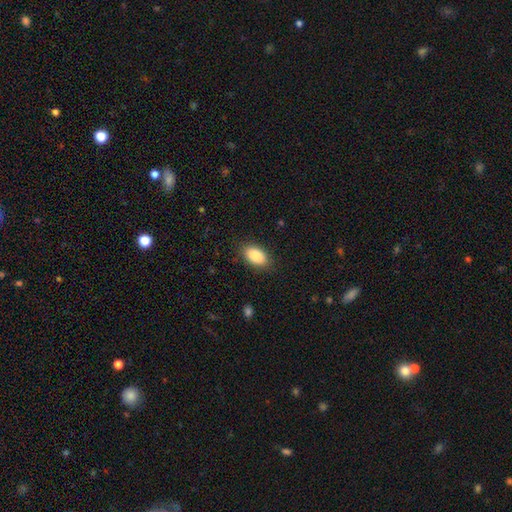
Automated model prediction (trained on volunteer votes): Smooth or featured?
  - smooth: 88% *
  - star or artifact: 7%
  - featured or disk: 5%
How rounded?
  - in between: 93% *
  - round: 5%
  - cigar-shaped: 2%
Merging?
  - none: 86% *
  - minor disturbance: 10%
  - major disturbance: 3%
  - merger: 1%